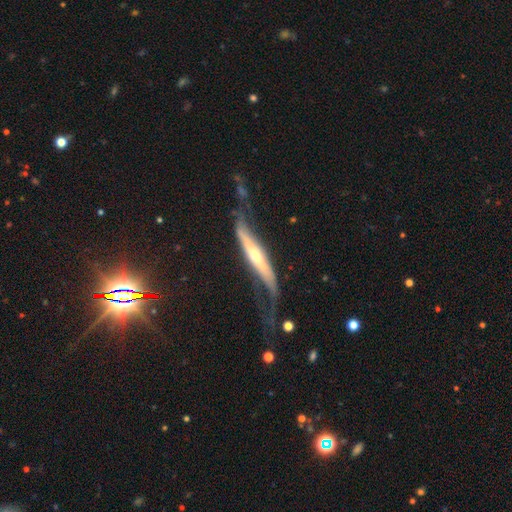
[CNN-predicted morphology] This appears to be a featured or disk galaxy (72%) viewed edge-on (67%). Merging: none (38%).